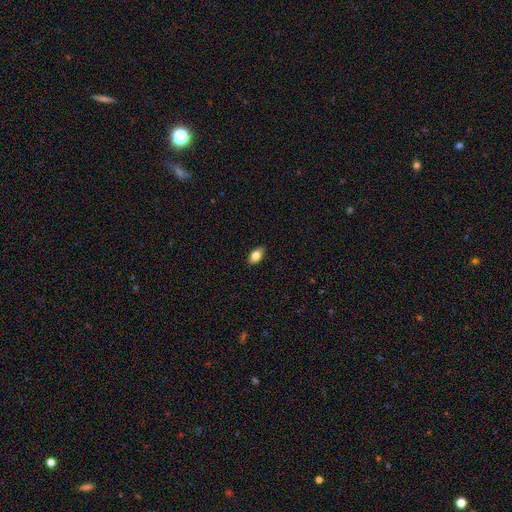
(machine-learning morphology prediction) A smooth galaxy with no disk features (81%) that is in between round and cigar-shaped (90%). Merging: none (88%).